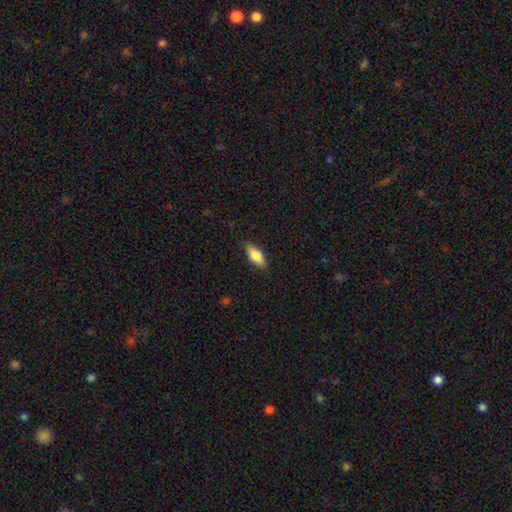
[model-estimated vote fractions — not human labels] Smooth or featured? Predicted: smooth (p=0.74). How rounded? Predicted: in between (p=0.80). Merging? Predicted: none (p=0.85).